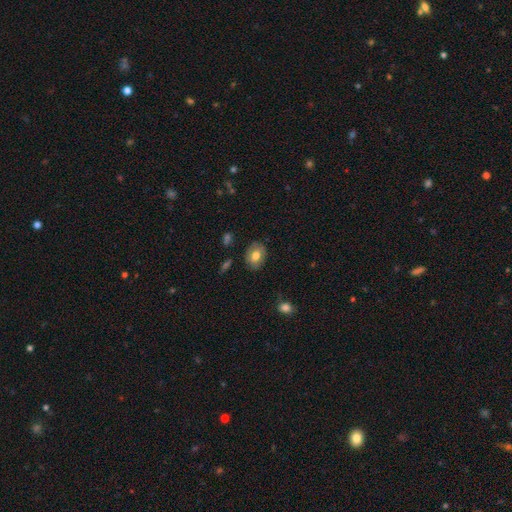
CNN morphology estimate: Smooth or featured: smooth — 69% (featured or disk — 23%)
How rounded: in between — 70% (round — 29%)
Merging: none — 82% (minor disturbance — 13%)